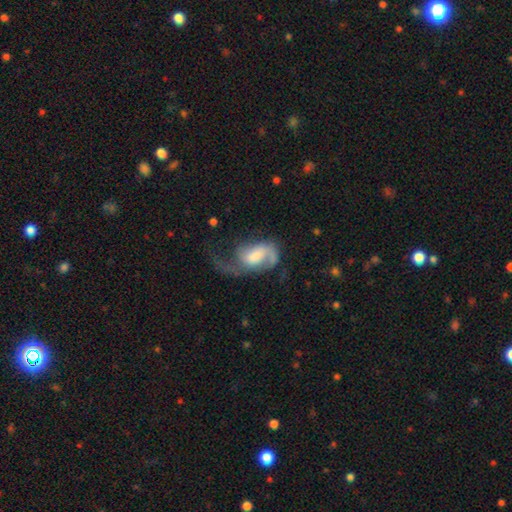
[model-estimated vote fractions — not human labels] Smooth or featured?
  - featured or disk: 70% *
  - smooth: 23%
  - star or artifact: 7%
Edge-on disk?
  - no: 97% *
  - yes: 3%
Bar?
  - no: 47% *
  - weak: 41%
  - strong: 12%
Spiral arms?
  - yes: 90% *
  - no: 10%
Spiral winding?
  - loose: 53% *
  - medium: 35%
  - tight: 12%
Spiral arm count?
  - 1: 49% *
  - 2: 39%
  - can't tell: 6%
  - 3: 3%
  - 4: 1%
  - more than 4: 1%
Bulge size?
  - moderate: 32% *
  - large: 28%
  - small: 19%
  - none: 16%
  - dominant: 5%
Merging?
  - major disturbance: 51% *
  - none: 27%
  - minor disturbance: 19%
  - merger: 4%